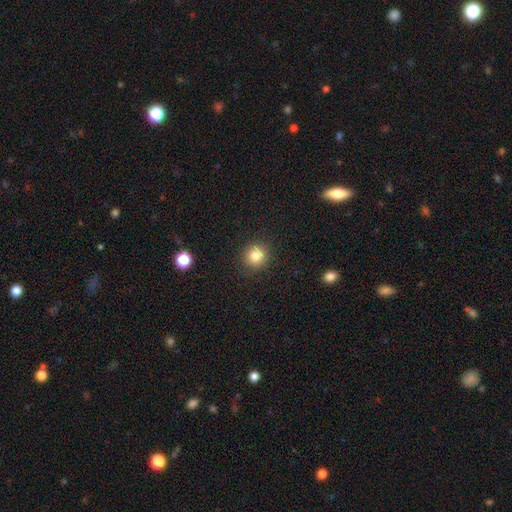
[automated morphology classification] A smooth galaxy with no disk features (82%) that is round (92%). Merging: none (90%).